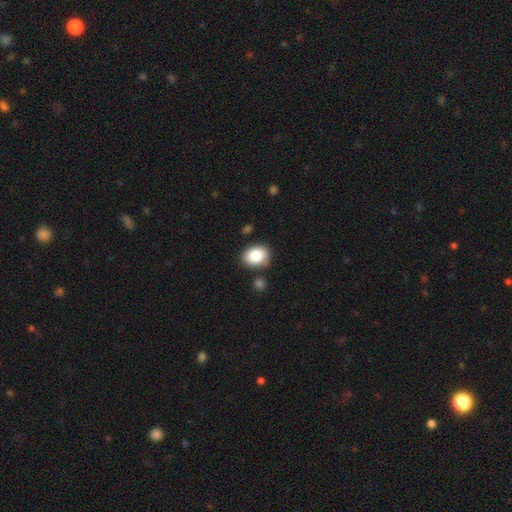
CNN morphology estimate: Smooth or featured: smooth — 84% (star or artifact — 8%)
How rounded: in between — 54% (round — 45%)
Merging: none — 78% (minor disturbance — 13%)